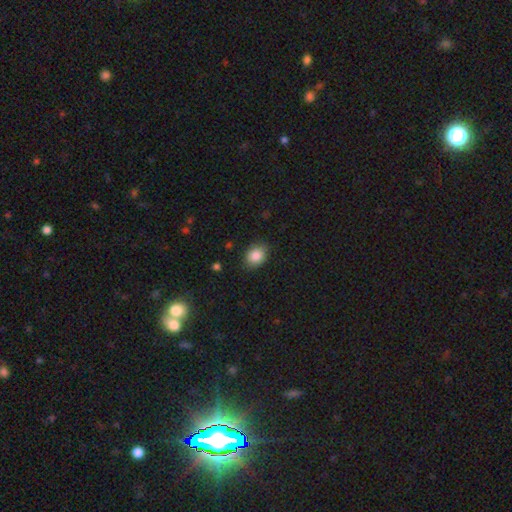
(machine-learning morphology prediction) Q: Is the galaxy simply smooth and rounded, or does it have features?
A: smooth — 86%.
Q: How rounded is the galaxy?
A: in between — 61%.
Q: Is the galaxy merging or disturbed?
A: none — 84%.